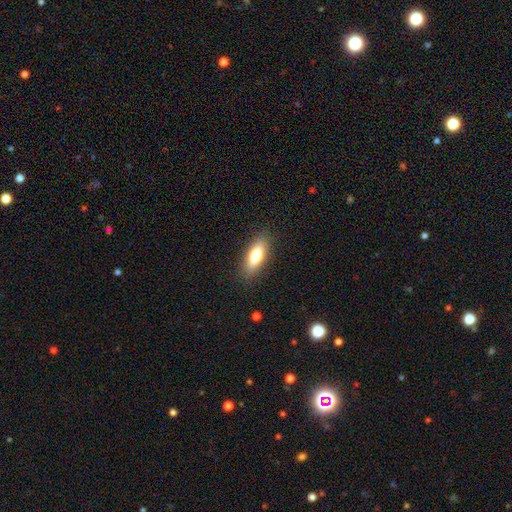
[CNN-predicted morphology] smooth 74%, featured or disk 19%, star or artifact 7%. Down the decision tree: how rounded — in between (64%); merging — none (87%).